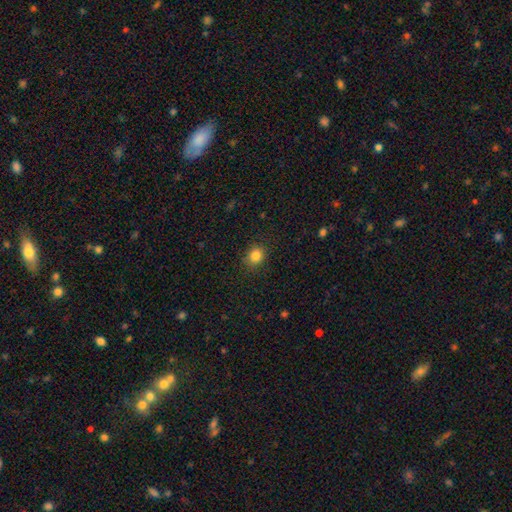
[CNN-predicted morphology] This appears to be a smooth galaxy with no disk features (84%) that is round (75%). Merging: none (85%).